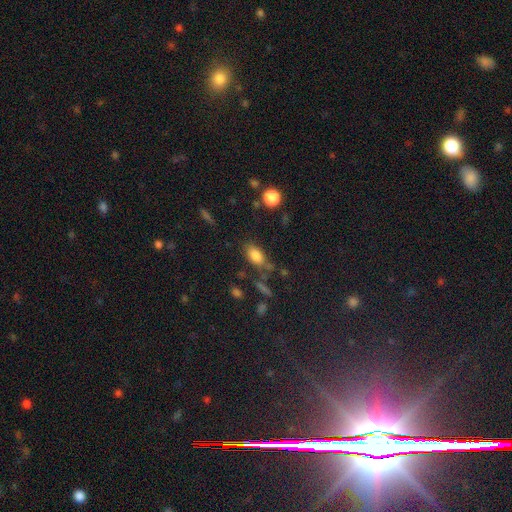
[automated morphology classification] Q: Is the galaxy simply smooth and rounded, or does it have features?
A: smooth — 82%.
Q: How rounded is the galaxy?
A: in between — 88%.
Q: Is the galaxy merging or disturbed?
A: none — 67%.